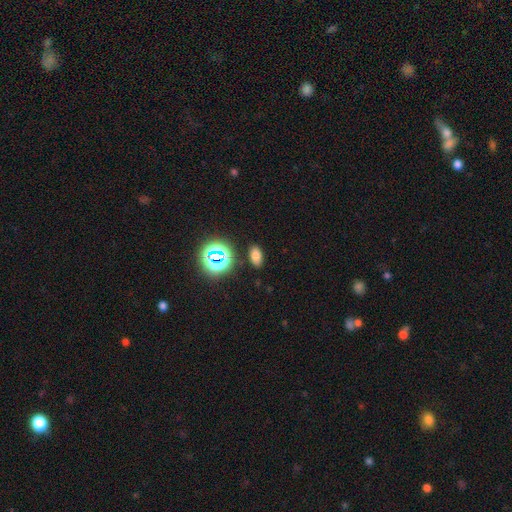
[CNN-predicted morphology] type=smooth (69%); roundness=in between (88%); merging=none (87%).